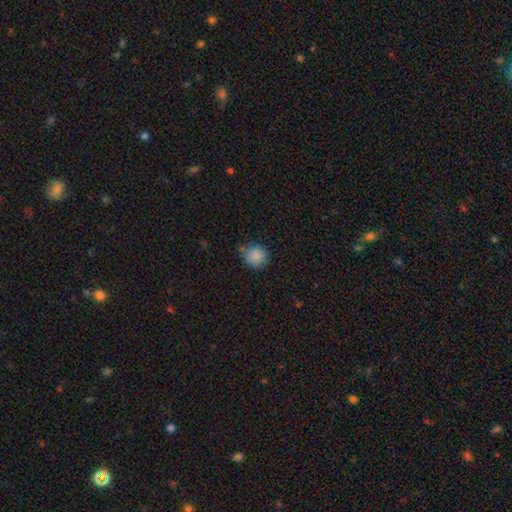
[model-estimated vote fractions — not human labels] This is clearly a smooth galaxy (87%). How rounded: clearly round (90%). Merging: likely none (73%).